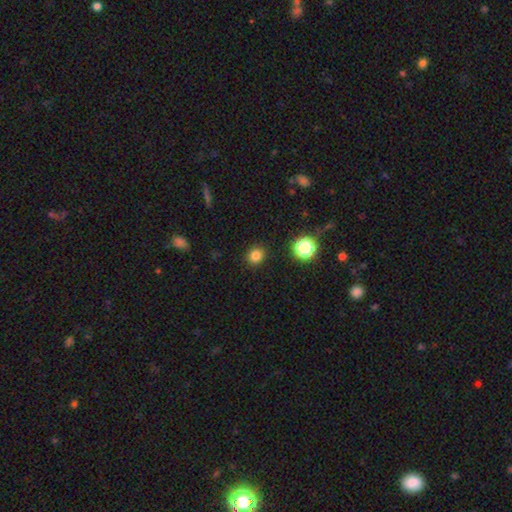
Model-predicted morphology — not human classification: Smooth or featured: smooth — 81% (star or artifact — 14%)
How rounded: round — 79% (in between — 20%)
Merging: none — 90% (minor disturbance — 7%)